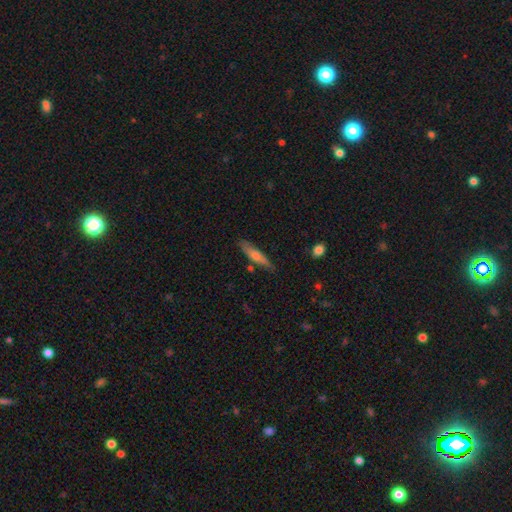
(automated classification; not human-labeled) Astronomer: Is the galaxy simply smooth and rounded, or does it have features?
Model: smooth — 54% (runner-up: featured or disk, 39%).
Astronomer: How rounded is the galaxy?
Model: cigar-shaped — 87%.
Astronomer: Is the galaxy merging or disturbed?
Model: none — 81%.